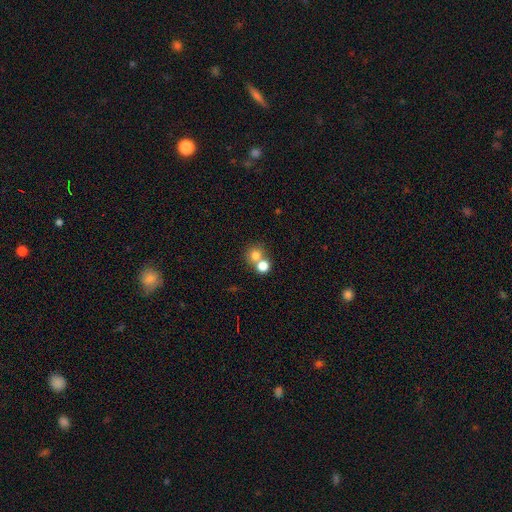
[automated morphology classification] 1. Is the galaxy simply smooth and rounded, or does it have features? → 76% smooth, 14% star or artifact, 11% featured or disk.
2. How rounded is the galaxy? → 85% round, 14% in between, 1% cigar-shaped.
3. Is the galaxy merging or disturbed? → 46% none, 45% merger, 6% minor disturbance, 3% major disturbance.